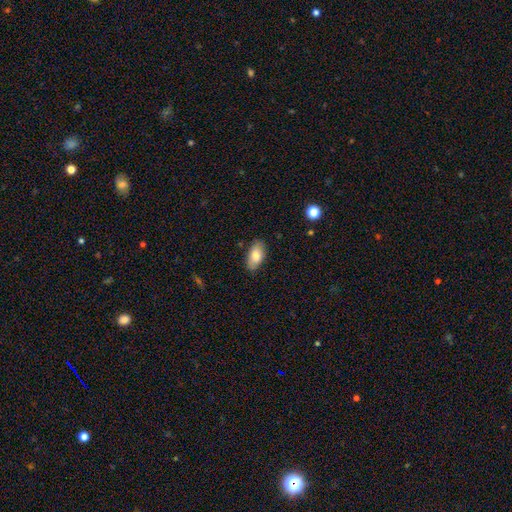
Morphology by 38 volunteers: This appears to be a smooth galaxy with no disk features (89%) that is in between round and cigar-shaped (88%). Merging: none (82%).